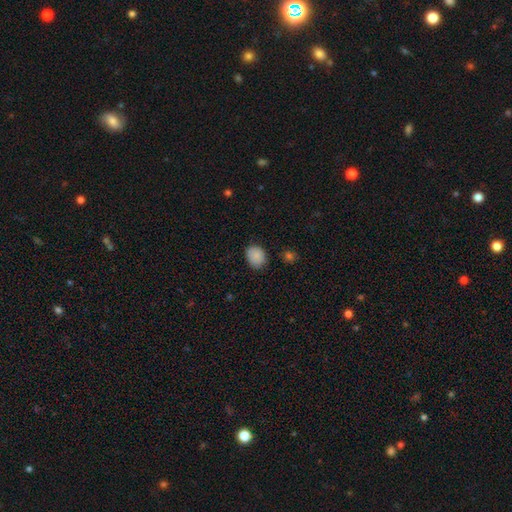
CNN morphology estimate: Smooth or featured? smooth (87%)
How rounded? in between (51%)
Merging? none (80%)